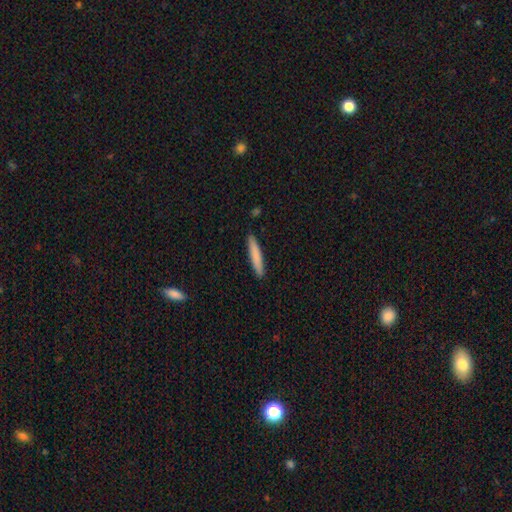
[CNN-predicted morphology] Overall: smooth (82%). How rounded: cigar-shaped (93%). Merging: none (91%).